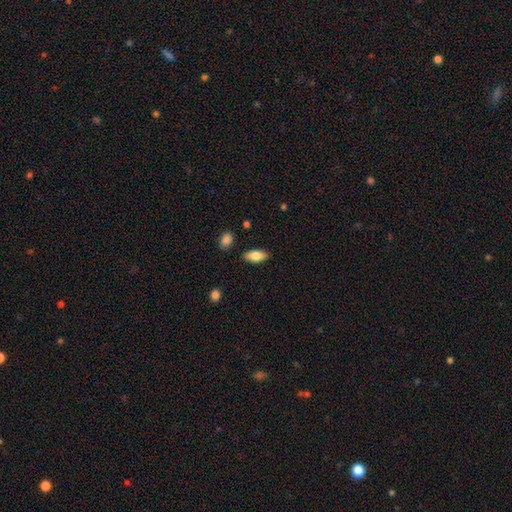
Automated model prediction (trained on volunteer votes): smooth_or_featured: smooth (p=0.81) [alt: featured or disk p=0.12]
how_rounded: in between (p=0.88) [alt: cigar-shaped p=0.09]
merging: none (p=0.85) [alt: minor disturbance p=0.10]